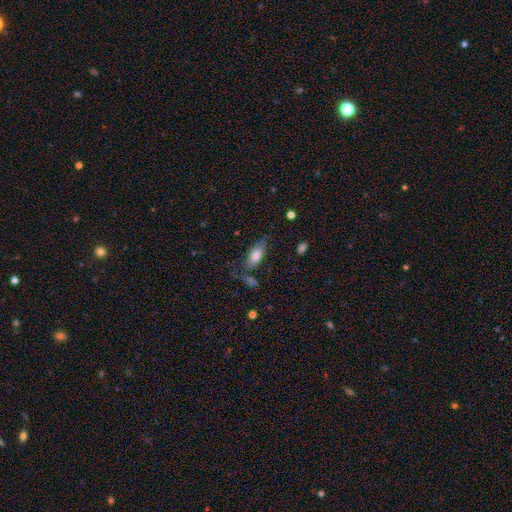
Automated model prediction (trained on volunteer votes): Overall: smooth (72%). How rounded: in between (84%). Merging: none (58%; minor disturbance 25%).